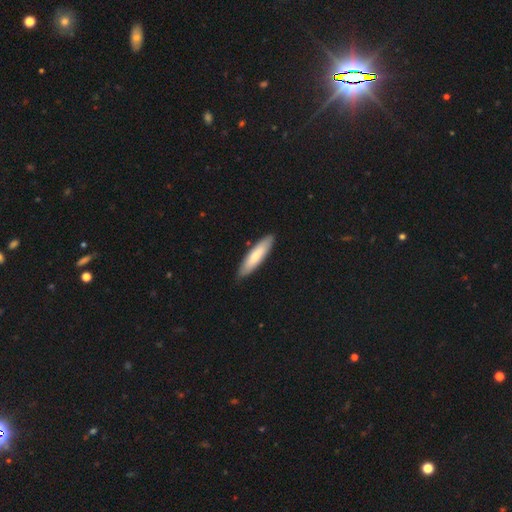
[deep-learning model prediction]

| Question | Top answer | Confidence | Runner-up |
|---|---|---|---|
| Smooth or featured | smooth | 75% | featured or disk (21%) |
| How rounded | cigar-shaped | 70% | in between (29%) |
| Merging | none | 87% | minor disturbance (10%) |